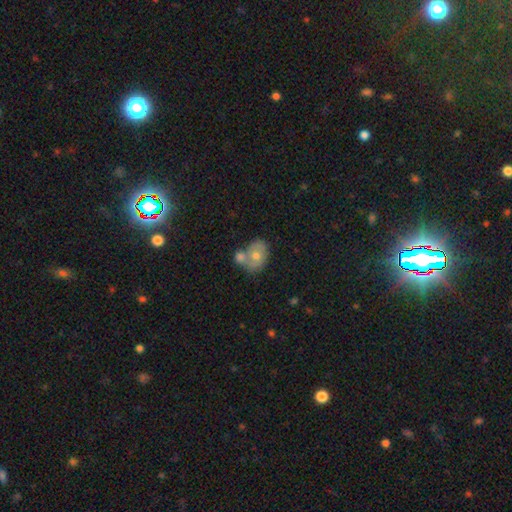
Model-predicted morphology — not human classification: This is possibly a smooth galaxy (60%). How rounded: possibly in between (59%). Merging: marginally merger (45%).